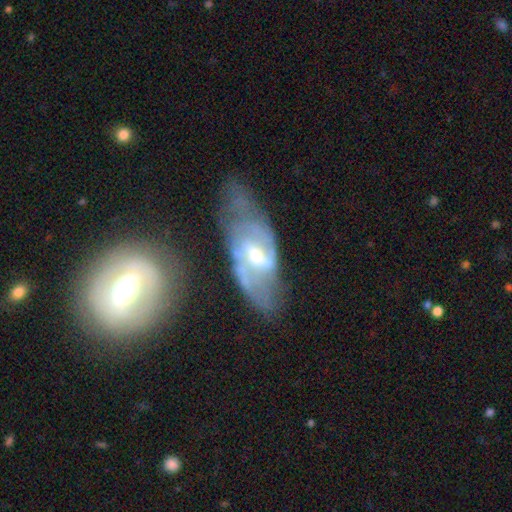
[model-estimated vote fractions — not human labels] Smooth or featured: featured or disk — 84% (smooth — 10%)
Edge-on disk: no — 93% (yes — 7%)
Bar: weak — 52% (strong — 31%)
Spiral arms: yes — 90% (no — 10%)
Spiral winding: medium — 47% (tight — 28%)
Spiral arm count: 2 — 69% (can't tell — 18%)
Bulge size: moderate — 51% (small — 44%)
Merging: none — 54% (minor disturbance — 24%)